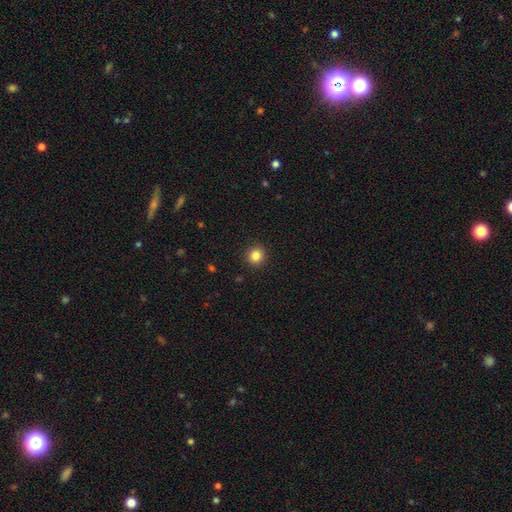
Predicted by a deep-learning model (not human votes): The model was most divided on "smooth or featured": smooth: 84%, star or artifact: 11%, featured or disk: 5%. More confident: how rounded — round (94%); merging — none (92%).